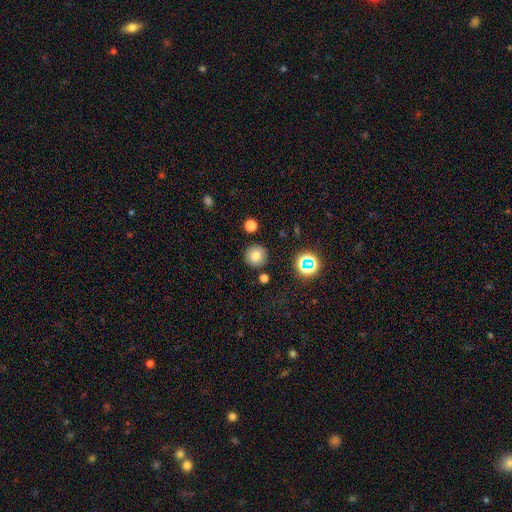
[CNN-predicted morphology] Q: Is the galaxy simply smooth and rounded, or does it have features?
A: smooth — 75%.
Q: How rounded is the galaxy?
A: round — 95%.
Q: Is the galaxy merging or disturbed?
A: none — 88%.